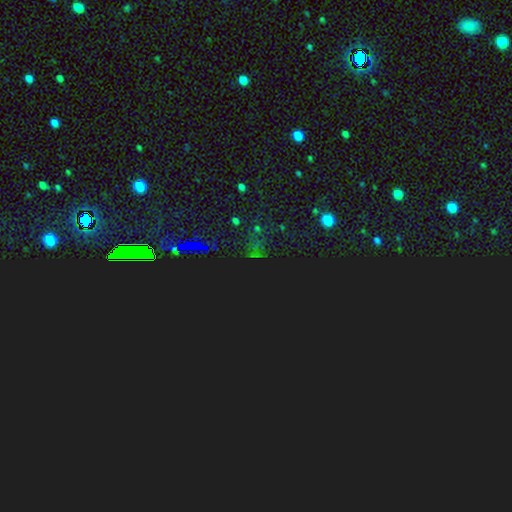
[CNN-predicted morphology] smooth_or_featured: star or artifact (p=0.81) [alt: smooth p=0.12]